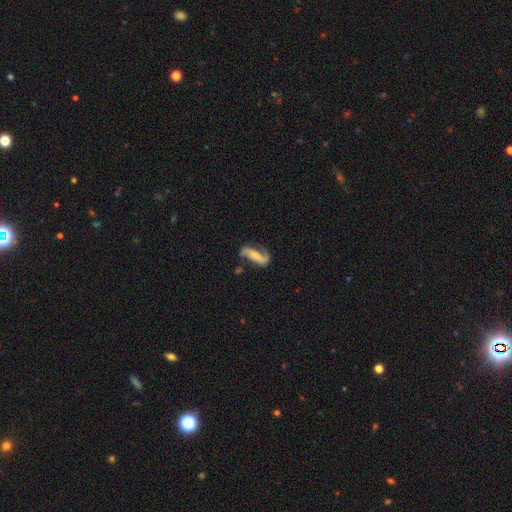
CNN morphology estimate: smooth_or_featured: featured or disk (p=0.79) [alt: smooth p=0.15]
disk_edge_on: no (p=0.92) [alt: yes p=0.08]
bar: strong (p=0.37) [alt: no p=0.34]
has_spiral_arms: yes (p=0.94) [alt: no p=0.06]
spiral_winding: loose (p=0.70) [alt: medium p=0.22]
spiral_arm_count: 2 (p=0.90) [alt: 1 p=0.04]
bulge_size: small (p=0.51) [alt: moderate p=0.33]
merging: none (p=0.65) [alt: minor disturbance p=0.20]